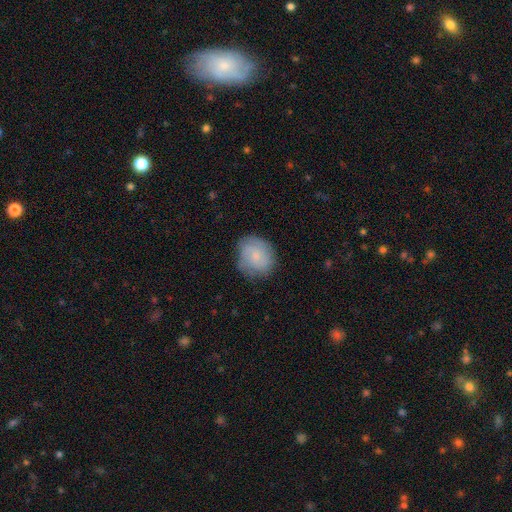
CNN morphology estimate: smooth_or_featured: smooth (p=0.56) [alt: featured or disk p=0.37]
how_rounded: round (p=0.73) [alt: in between p=0.25]
merging: none (p=0.74) [alt: minor disturbance p=0.20]